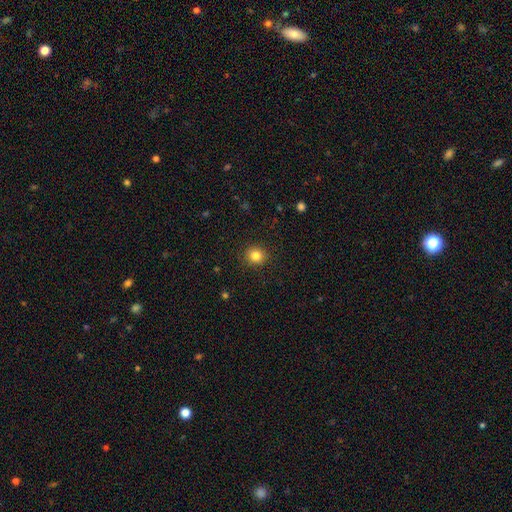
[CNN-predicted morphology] Smooth or featured? Predicted: smooth (p=0.83). How rounded? Predicted: round (p=0.88). Merging? Predicted: none (p=0.91).